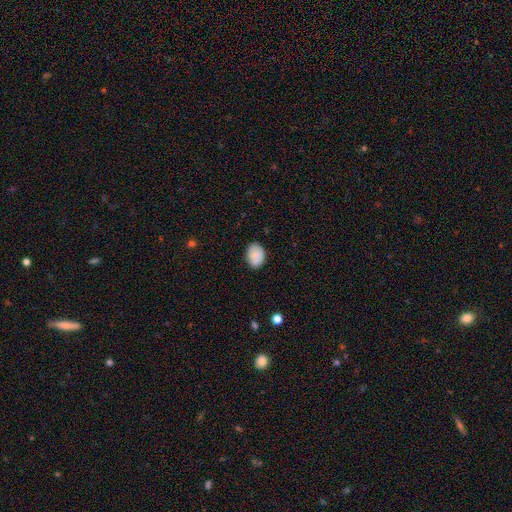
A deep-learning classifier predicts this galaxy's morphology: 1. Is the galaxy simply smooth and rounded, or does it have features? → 85% smooth, 7% star or artifact, 7% featured or disk.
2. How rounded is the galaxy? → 75% in between, 24% round, 1% cigar-shaped.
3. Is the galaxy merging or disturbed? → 81% none, 14% minor disturbance, 3% major disturbance, 1% merger.